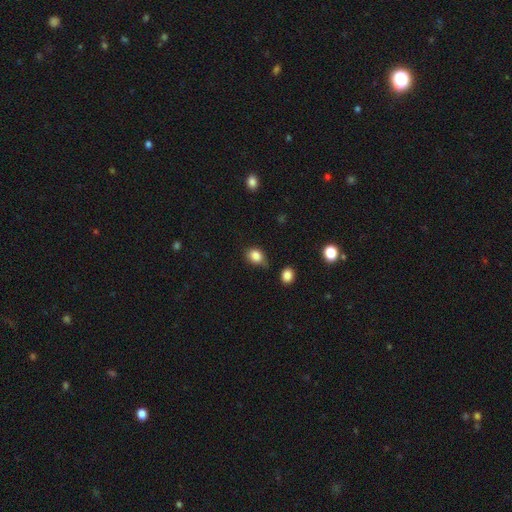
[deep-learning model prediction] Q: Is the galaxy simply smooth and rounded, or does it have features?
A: smooth — 85%.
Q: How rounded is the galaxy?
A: in between — 58%.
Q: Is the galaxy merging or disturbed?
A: none — 59%.